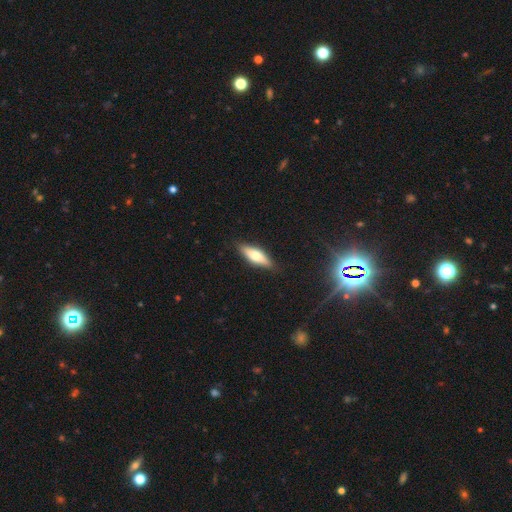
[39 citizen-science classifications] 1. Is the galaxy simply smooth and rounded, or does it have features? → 59% smooth, 38% featured or disk, 3% star or artifact.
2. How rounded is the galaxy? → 52% in between, 39% cigar-shaped, 9% round.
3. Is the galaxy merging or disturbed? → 92% none, 8% minor disturbance, 0% major disturbance, 0% merger.